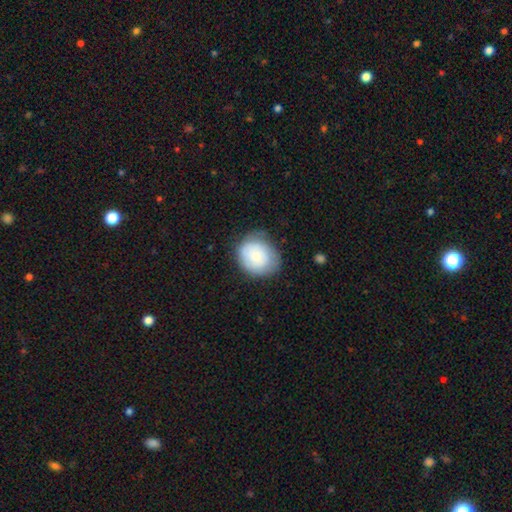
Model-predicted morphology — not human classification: This is likely a smooth galaxy (74%). How rounded: likely round (64%). Merging: likely none (61%).